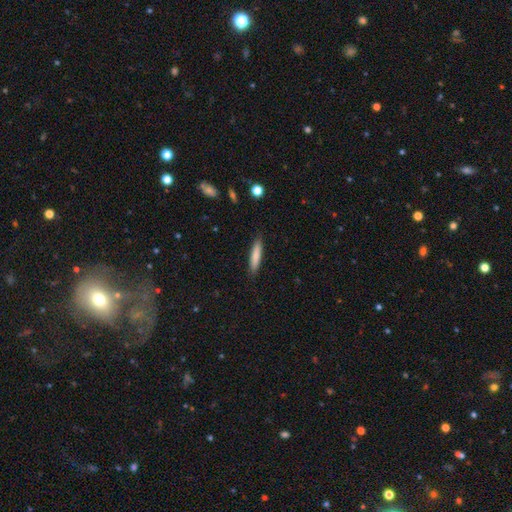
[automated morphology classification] A smooth galaxy with no disk features (80%) that is cigar-shaped (87%). Merging: none (88%).